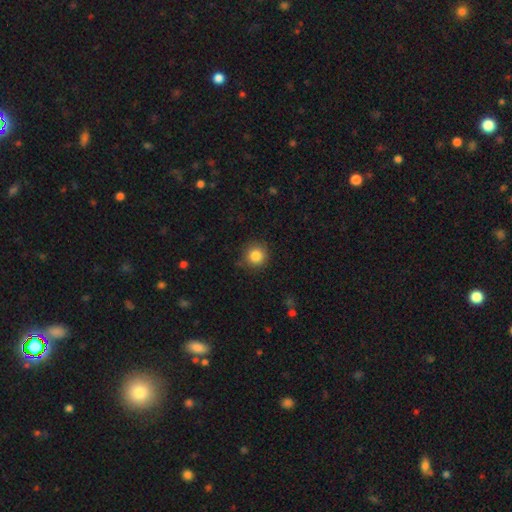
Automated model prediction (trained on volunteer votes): A smooth galaxy with no disk features (84%) that is round (94%). Merging: none (84%).